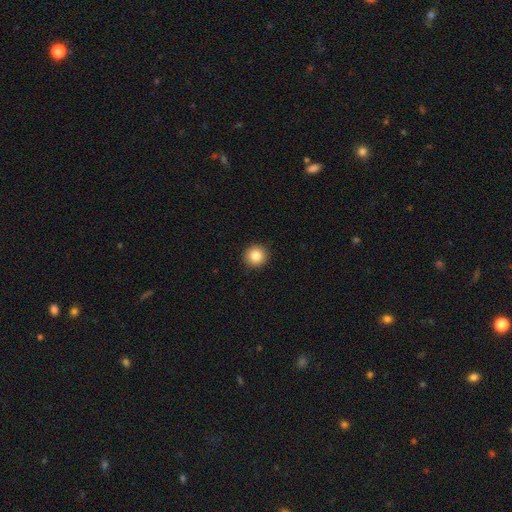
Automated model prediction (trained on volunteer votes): Overall: smooth (84%). How rounded: round (94%). Merging: none (93%).